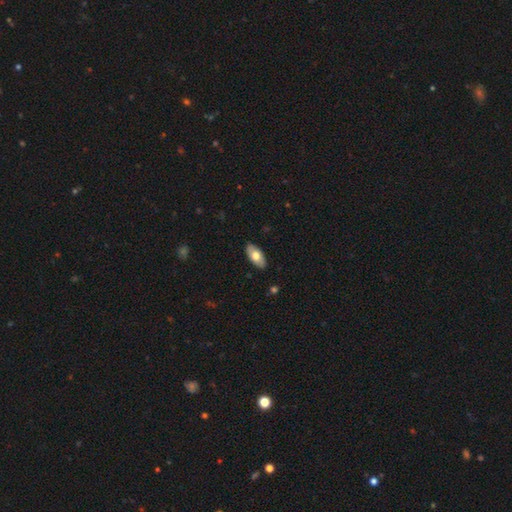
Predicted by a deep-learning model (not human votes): Overall: smooth (66%; featured or disk 28%). How rounded: in between (92%). Merging: none (88%).